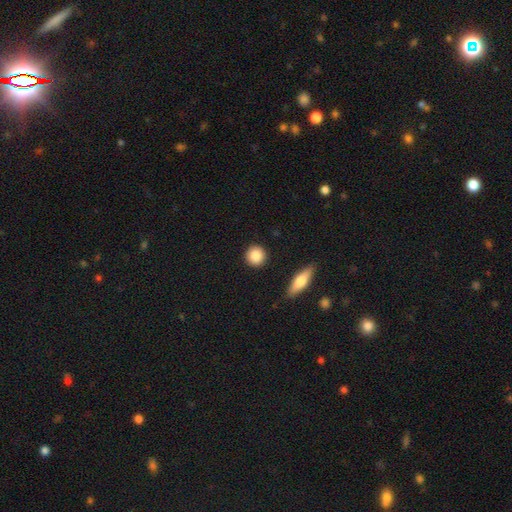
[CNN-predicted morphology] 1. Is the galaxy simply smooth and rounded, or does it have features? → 88% smooth, 7% star or artifact, 6% featured or disk.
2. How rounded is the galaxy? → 91% round, 8% in between, 2% cigar-shaped.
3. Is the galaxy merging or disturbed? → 91% none, 6% minor disturbance, 2% major disturbance, 2% merger.